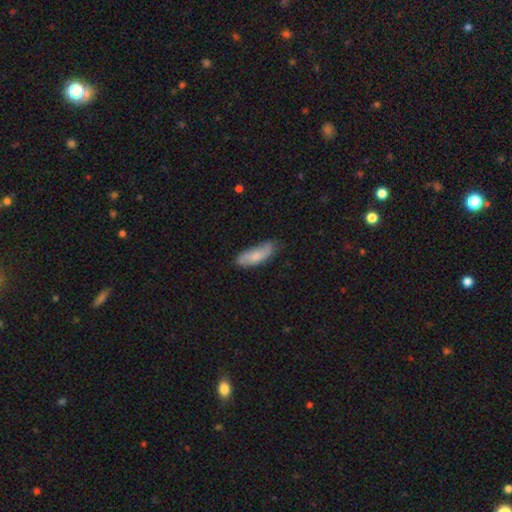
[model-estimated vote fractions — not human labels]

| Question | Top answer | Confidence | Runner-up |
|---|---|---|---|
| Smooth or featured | smooth | 71% | featured or disk (23%) |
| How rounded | in between | 64% | cigar-shaped (34%) |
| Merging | none | 69% | minor disturbance (24%) |